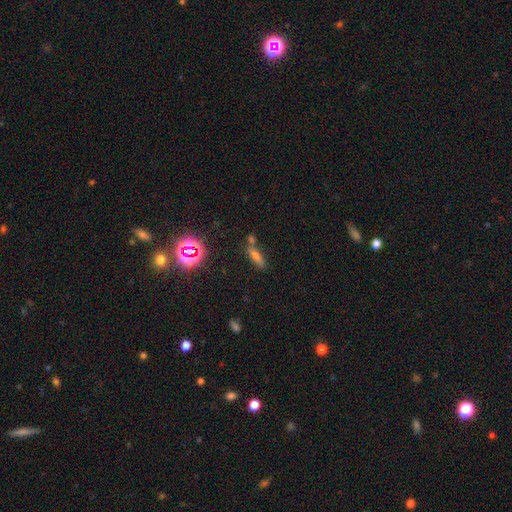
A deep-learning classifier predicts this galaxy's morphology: Smooth or featured? smooth (56%)
How rounded? cigar-shaped (56%)
Merging? none (60%)